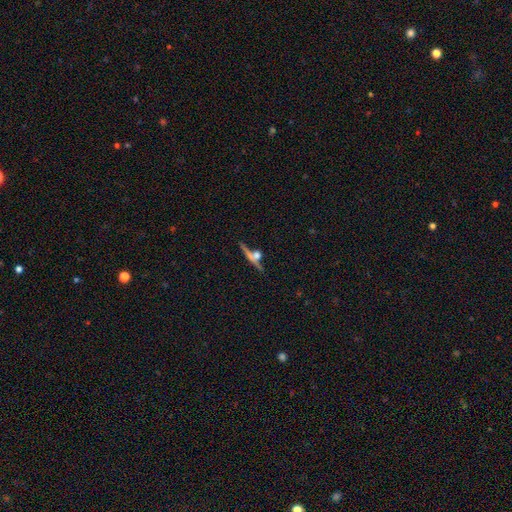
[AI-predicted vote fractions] Overall: featured or disk (51%; smooth 34%). Edge-on disk: yes (79%). Merging: none (50%; merger 24%).